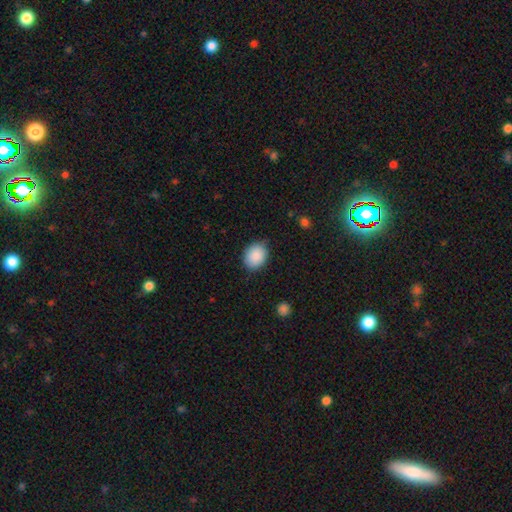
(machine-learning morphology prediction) smooth_or_featured: smooth (p=0.90) [alt: star or artifact p=0.07]
how_rounded: in between (p=0.57) [alt: round p=0.42]
merging: none (p=0.81) [alt: minor disturbance p=0.15]